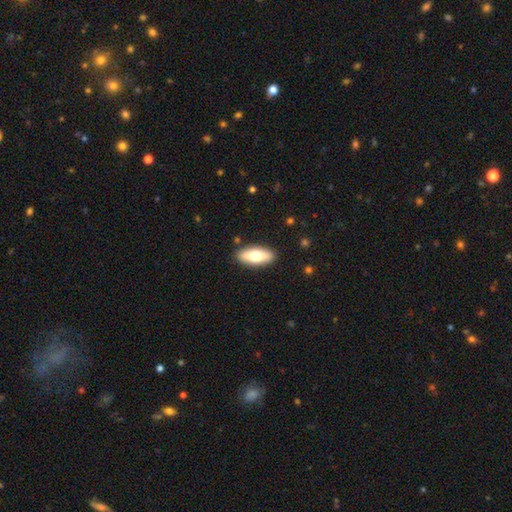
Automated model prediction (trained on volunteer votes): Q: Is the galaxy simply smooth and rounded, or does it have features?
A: smooth — 68%.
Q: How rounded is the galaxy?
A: in between — 79%.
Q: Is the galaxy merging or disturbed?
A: none — 89%.